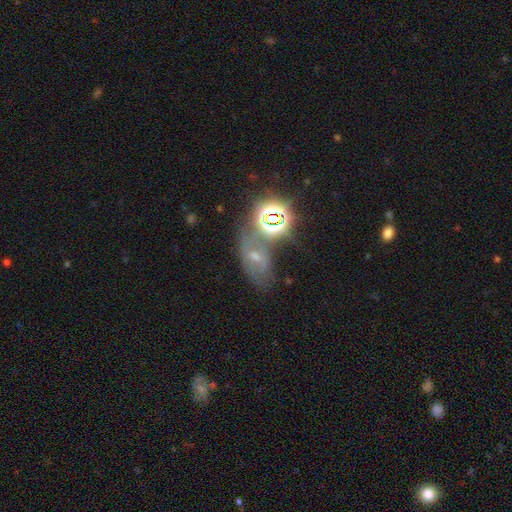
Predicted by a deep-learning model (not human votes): Smooth or featured? Predicted: star or artifact (p=0.39).